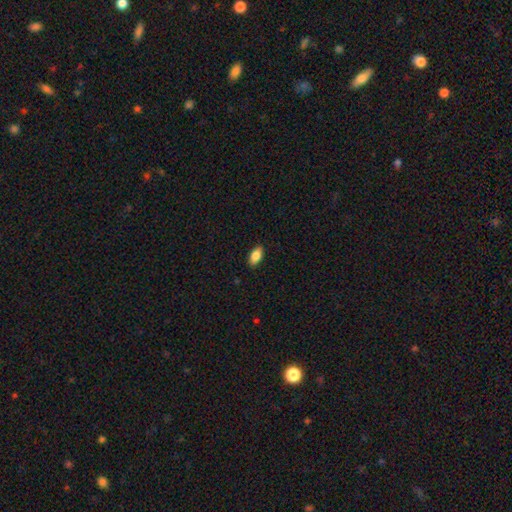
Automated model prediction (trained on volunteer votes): A smooth galaxy with no disk features (84%) that is in between round and cigar-shaped (91%).

Vote fractions:
- Smooth or featured? smooth: 84% / featured or disk: 9% / star or artifact: 7%
- How rounded? in between: 91% / cigar-shaped: 5% / round: 4%
- Merging? none: 88% / minor disturbance: 10% / major disturbance: 2% / merger: 1%